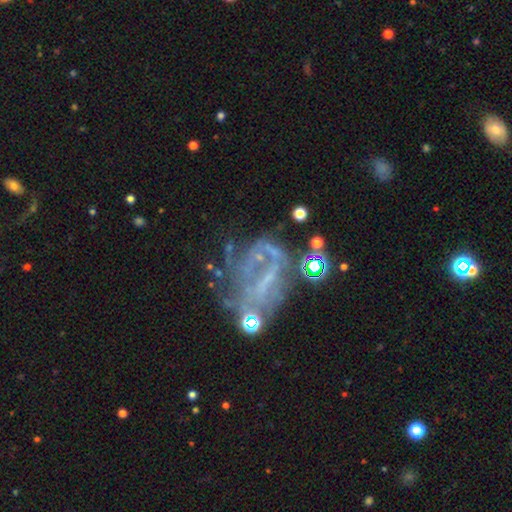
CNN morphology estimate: A featured or disk galaxy (62%) with no bar (49%), no spiral arms (62%) and no central bulge (64%). Merging: major disturbance (37%).